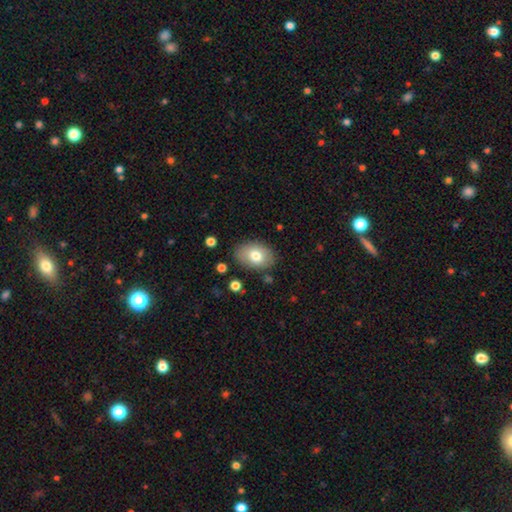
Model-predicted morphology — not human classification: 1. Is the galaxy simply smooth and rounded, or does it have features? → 76% smooth, 17% featured or disk, 8% star or artifact.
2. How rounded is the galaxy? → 82% in between, 17% round, 1% cigar-shaped.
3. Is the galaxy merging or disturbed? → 82% none, 12% minor disturbance, 3% major disturbance, 2% merger.